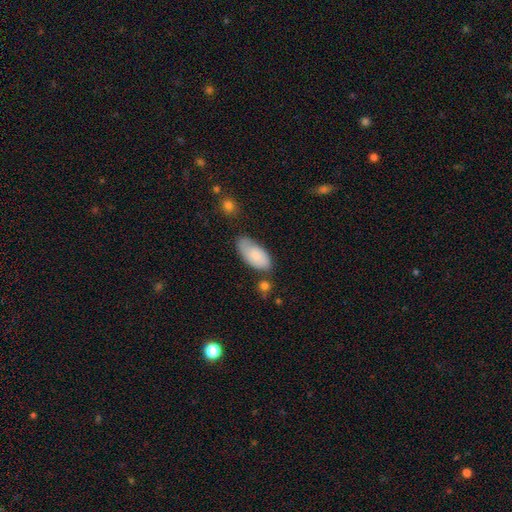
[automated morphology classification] smooth_or_featured: smooth (p=0.79) [alt: featured or disk p=0.15]
how_rounded: in between (p=0.93) [alt: cigar-shaped p=0.05]
merging: none (p=0.62) [alt: minor disturbance p=0.26]